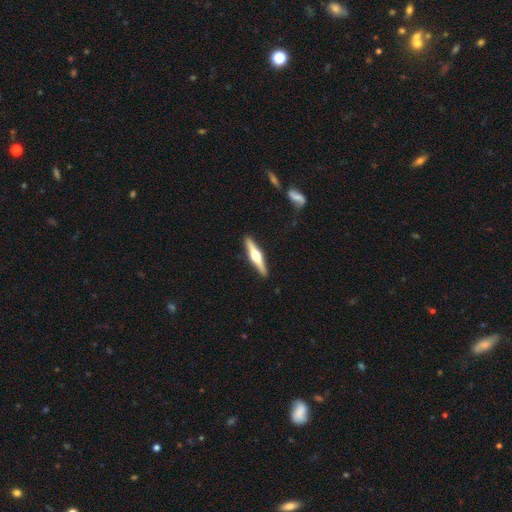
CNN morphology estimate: A featured or disk galaxy (72%) viewed edge-on (97%) with a rounded central bulge (95%).

Vote fractions:
- Smooth or featured? featured or disk: 72% / smooth: 23% / star or artifact: 5%
- Edge-on disk? yes: 97% / no: 3%
- Edge-on bulge? rounded: 95% / boxy: 3% / none: 2%
- Merging? none: 91% / minor disturbance: 6% / major disturbance: 1% / merger: 1%